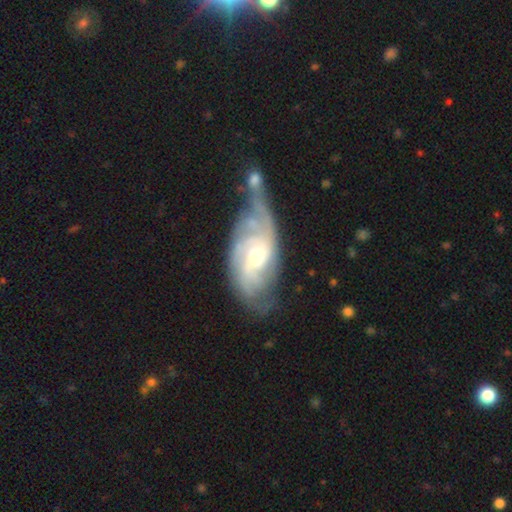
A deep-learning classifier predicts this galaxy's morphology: type=featured or disk (84%); edge-on=no (95%); bar=no (50%); spiral arms=yes (95%); winding=tight (52%); arm count=can't tell (29%); bulge=moderate (60%); merging=none (38%).